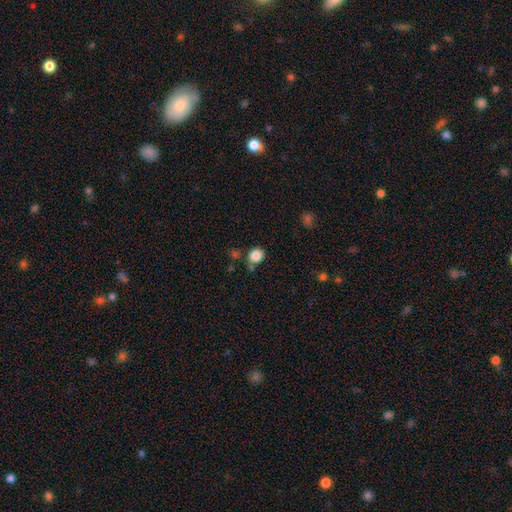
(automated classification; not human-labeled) Q: Smooth or featured?
A: smooth (85%); runner-up: star or artifact (10%)
Q: How rounded?
A: round (74%); runner-up: in between (25%)
Q: Merging?
A: none (69%); runner-up: minor disturbance (17%)